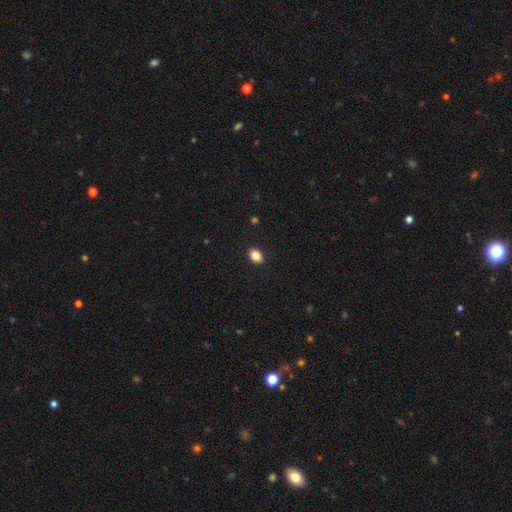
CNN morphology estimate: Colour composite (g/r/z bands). It shows a smooth galaxy with no disk features (86%) that is in between round and cigar-shaped (76%). Merging: none (91%).